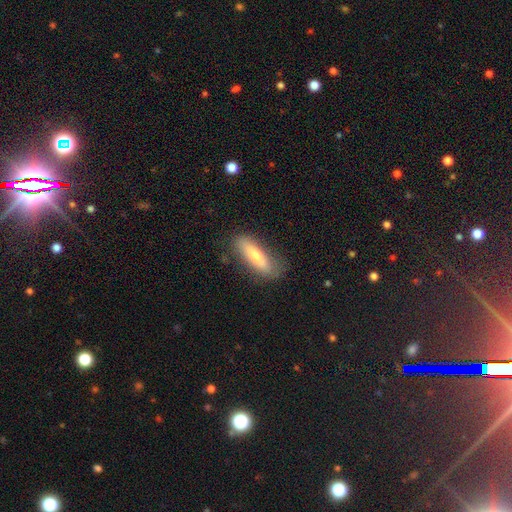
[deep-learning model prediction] A smooth galaxy with no disk features (63%) that is cigar-shaped (63%).

Vote fractions:
- Smooth or featured? smooth: 63% / featured or disk: 30% / star or artifact: 6%
- How rounded? cigar-shaped: 63% / in between: 35% / round: 2%
- Merging? none: 79% / minor disturbance: 15% / major disturbance: 5% / merger: 1%